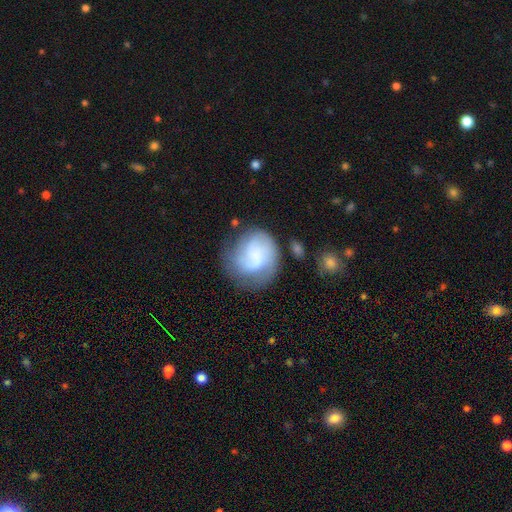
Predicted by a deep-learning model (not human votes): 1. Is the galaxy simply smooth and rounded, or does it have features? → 49% featured or disk, 43% smooth, 8% star or artifact.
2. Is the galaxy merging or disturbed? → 54% none, 24% minor disturbance, 17% major disturbance, 5% merger.